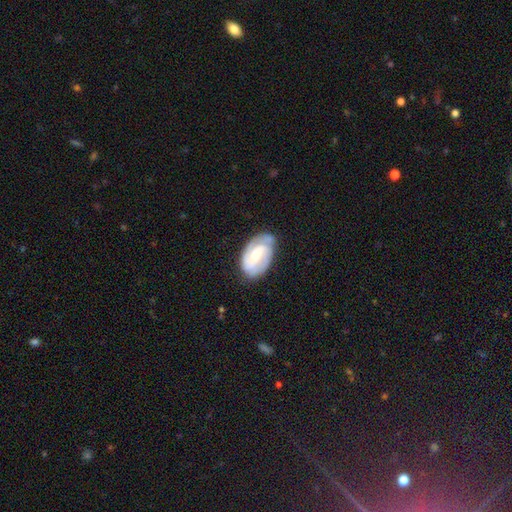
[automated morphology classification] A featured or disk galaxy (79%) with a weak bar (46%), 2 (62%) tight (50%) spiral arms (95%) and a moderate central bulge (48%).

Vote fractions:
- Smooth or featured? featured or disk: 79% / smooth: 16% / star or artifact: 5%
- Edge-on disk? no: 97% / yes: 3%
- Bar? weak: 46% / no: 41% / strong: 14%
- Spiral arms? yes: 95% / no: 5%
- Spiral winding? tight: 50% / medium: 40% / loose: 10%
- Spiral arm count? 2: 62% / 3: 15% / can't tell: 15% / 1: 4% / 4: 2% / more than 4: 2%
- Bulge size? moderate: 48% / small: 44% / large: 4% / none: 3% / dominant: 1%
- Merging? none: 70% / minor disturbance: 22% / major disturbance: 6% / merger: 2%